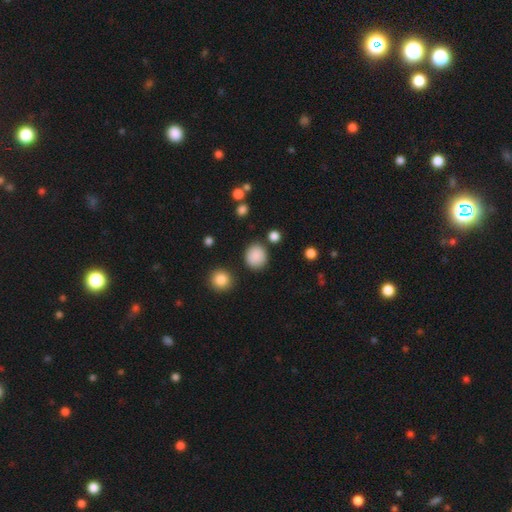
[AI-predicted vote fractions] A smooth galaxy with no disk features (87%) that is round (81%).

Vote fractions:
- Smooth or featured? smooth: 87% / star or artifact: 9% / featured or disk: 4%
- How rounded? round: 81% / in between: 18% / cigar-shaped: 1%
- Merging? none: 84% / minor disturbance: 10% / major disturbance: 3% / merger: 3%